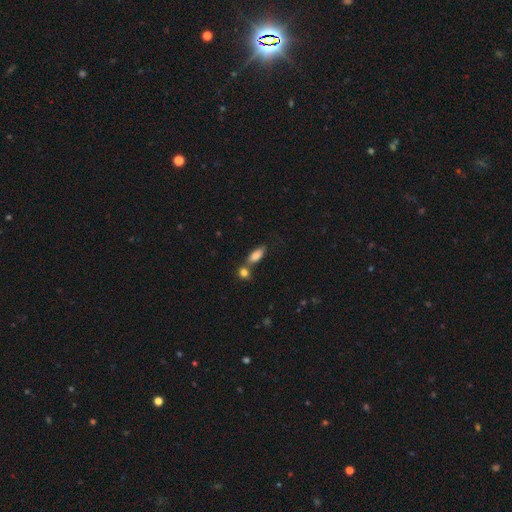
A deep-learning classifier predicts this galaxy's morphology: The model was most divided on "merging": none: 51%, merger: 30%, minor disturbance: 14%, major disturbance: 5%. More confident: smooth or featured — smooth (82%); how rounded — in between (80%).